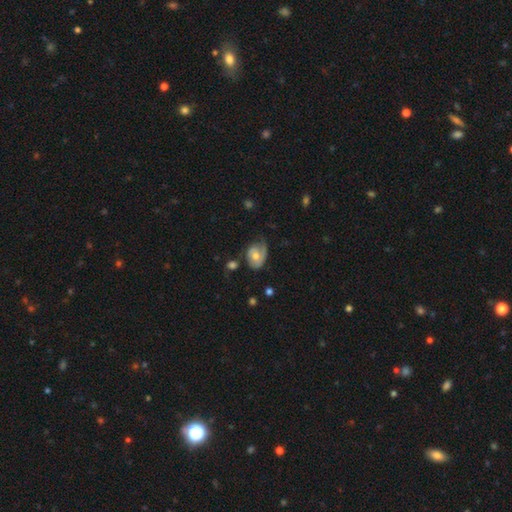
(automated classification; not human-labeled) Q: Smooth or featured?
A: featured or disk (53%); runner-up: smooth (41%)
Q: Edge-on disk?
A: no (96%); runner-up: yes (4%)
Q: Bar?
A: no (71%); runner-up: weak (25%)
Q: Spiral arms?
A: yes (75%); runner-up: no (25%)
Q: Bulge size?
A: moderate (64%); runner-up: small (26%)
Q: Merging?
A: none (42%); runner-up: minor disturbance (32%)